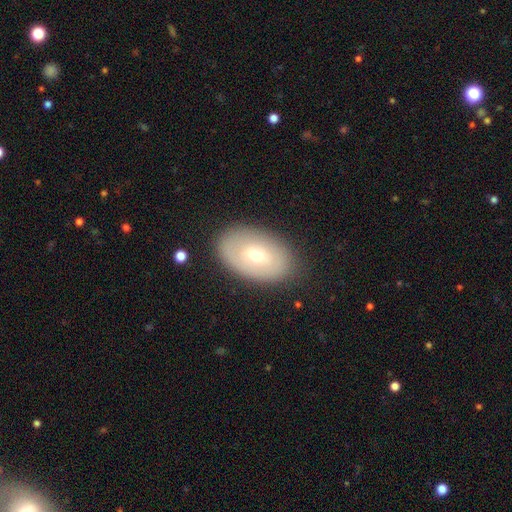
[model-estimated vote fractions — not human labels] Smooth or featured? smooth (56%)
How rounded? in between (90%)
Merging? none (83%)